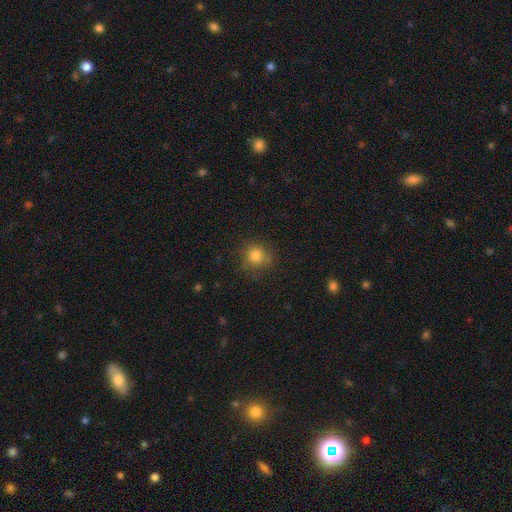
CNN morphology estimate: A smooth galaxy with no disk features (81%) that is round (90%).

Vote fractions:
- Smooth or featured? smooth: 81% / star or artifact: 13% / featured or disk: 6%
- How rounded? round: 90% / in between: 9% / cigar-shaped: 1%
- Merging? none: 80% / minor disturbance: 14% / major disturbance: 4% / merger: 2%